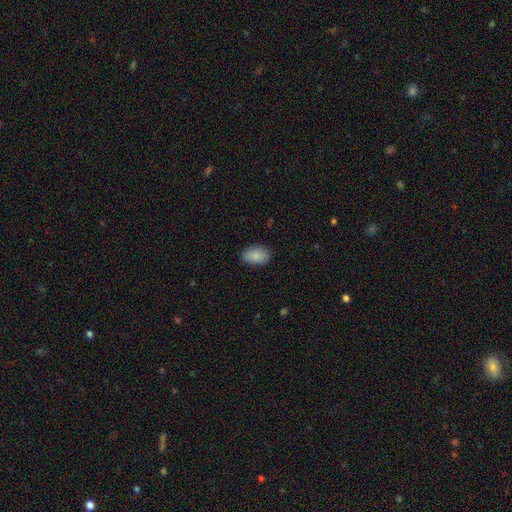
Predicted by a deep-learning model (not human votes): Overall: smooth (86%). How rounded: in between (89%). Merging: none (85%).